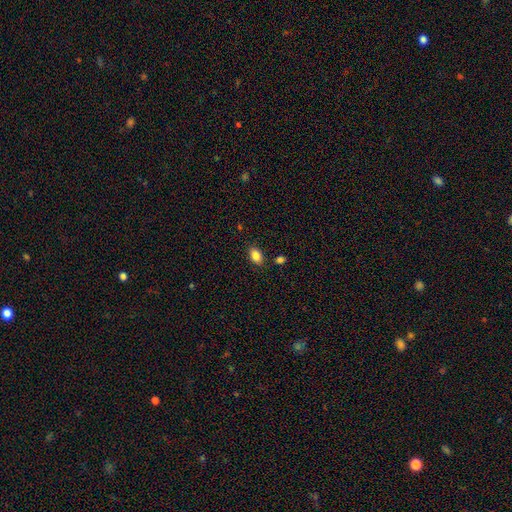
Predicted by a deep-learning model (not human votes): Smooth or featured? smooth (85%)
How rounded? in between (87%)
Merging? none (83%)